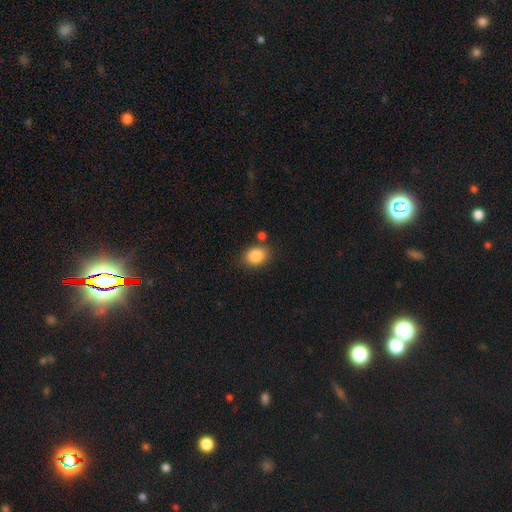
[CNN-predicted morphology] Smooth or featured?
  - smooth: 86% *
  - star or artifact: 9%
  - featured or disk: 6%
How rounded?
  - in between: 57% *
  - round: 42%
  - cigar-shaped: 1%
Merging?
  - none: 75% *
  - minor disturbance: 13%
  - merger: 8%
  - major disturbance: 4%